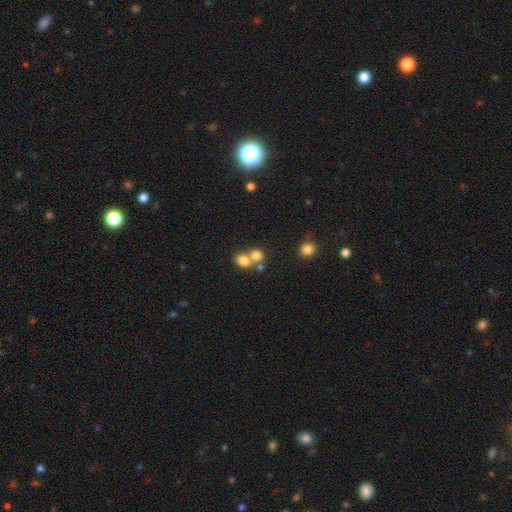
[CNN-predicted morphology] Overall: smooth (77%). How rounded: round (67%; in between 32%). Merging: merger (50%; none 39%).